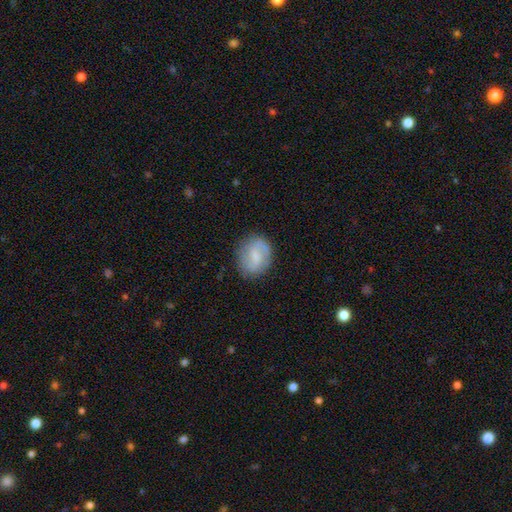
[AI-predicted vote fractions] This appears to be a featured or disk galaxy (53%) with a weak bar (56%), spiral arms (85%) and a small central bulge (40%). Merging: none (79%).